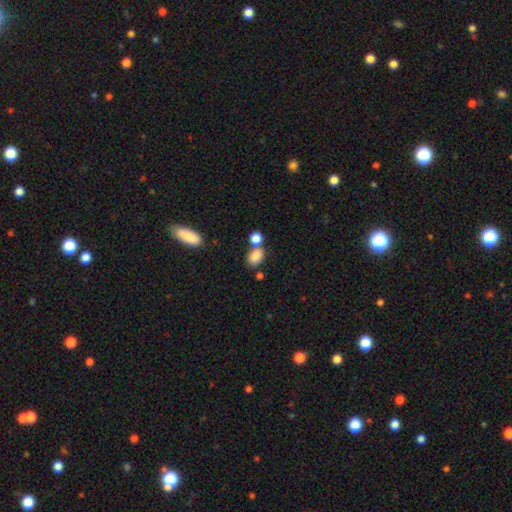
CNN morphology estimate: smooth-or-featured: smooth: 84% | star or artifact: 9% | featured or disk: 7%
  how-rounded: in between: 79% | round: 19% | cigar-shaped: 2%
  merging: none: 53% | merger: 29% | minor disturbance: 13% | major disturbance: 5%